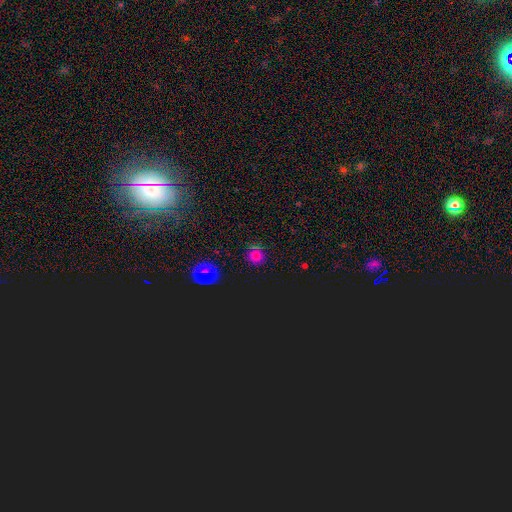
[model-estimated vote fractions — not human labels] A smooth galaxy with no disk features (66%) that is round (91%).

Vote fractions:
- Smooth or featured? smooth: 66% / star or artifact: 28% / featured or disk: 6%
- How rounded? round: 91% / in between: 8% / cigar-shaped: 1%
- Merging? none: 85% / minor disturbance: 10% / major disturbance: 3% / merger: 3%